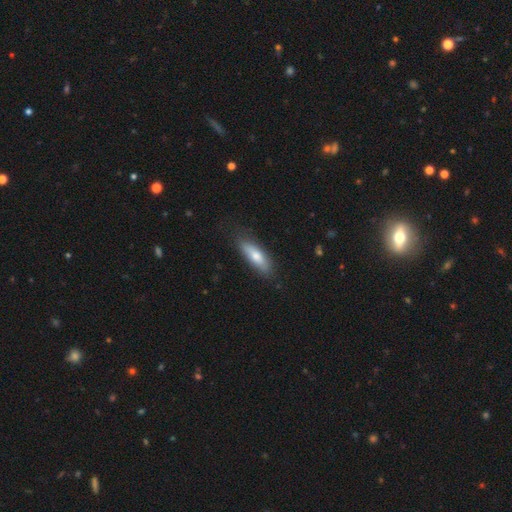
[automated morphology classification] smooth 68%, featured or disk 25%, star or artifact 7%. Down the decision tree: how rounded — cigar-shaped (54%); merging — none (79%).